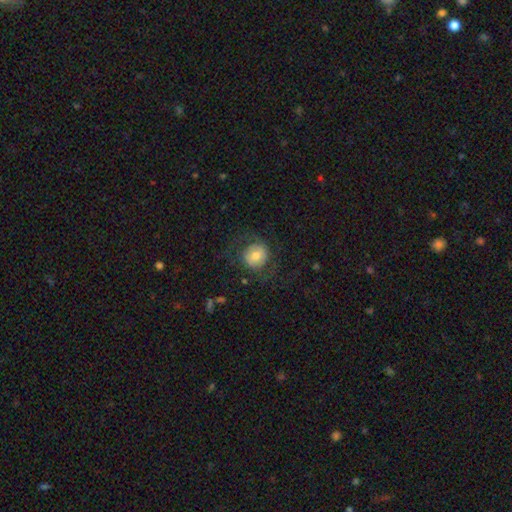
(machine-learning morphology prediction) smooth 58%, featured or disk 34%, star or artifact 8%. Down the decision tree: how rounded — round (85%); merging — none (69%).